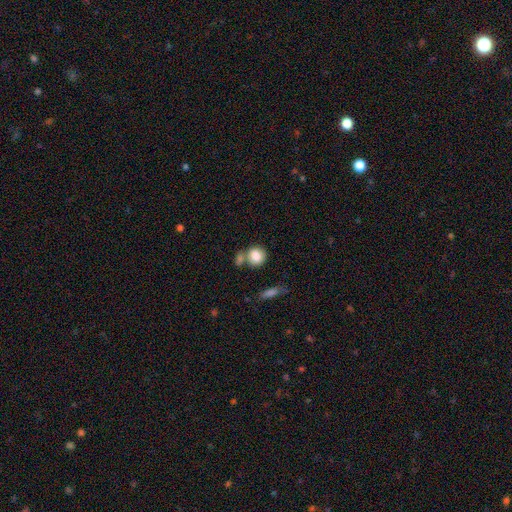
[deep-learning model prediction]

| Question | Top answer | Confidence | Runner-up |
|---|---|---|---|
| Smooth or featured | smooth | 83% | featured or disk (9%) |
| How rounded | round | 75% | in between (23%) |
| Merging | none | 53% | merger (30%) |